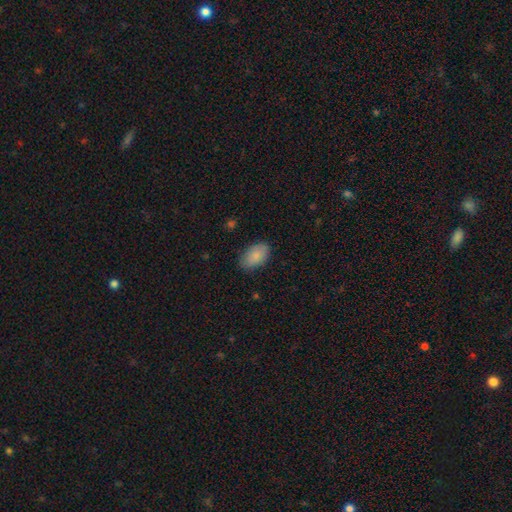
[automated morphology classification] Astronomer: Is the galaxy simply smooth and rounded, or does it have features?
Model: smooth — 86%.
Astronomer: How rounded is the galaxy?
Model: in between — 93%.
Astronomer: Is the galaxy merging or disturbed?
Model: none — 83%.